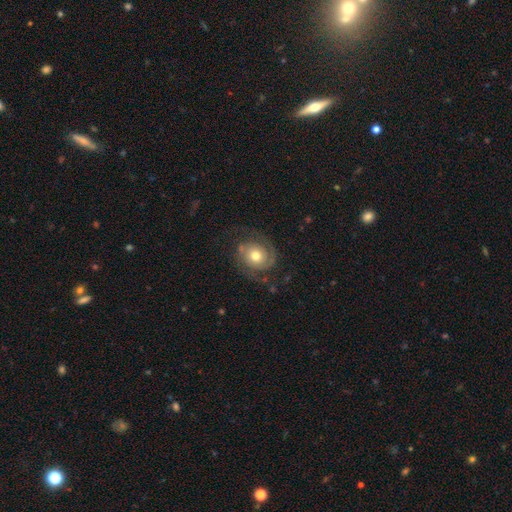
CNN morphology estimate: This appears to be a featured or disk galaxy (74%) with no bar (80%), 2 (83%) medium (41%) spiral arms (92%) and a moderate central bulge (71%). Merging: none (69%).